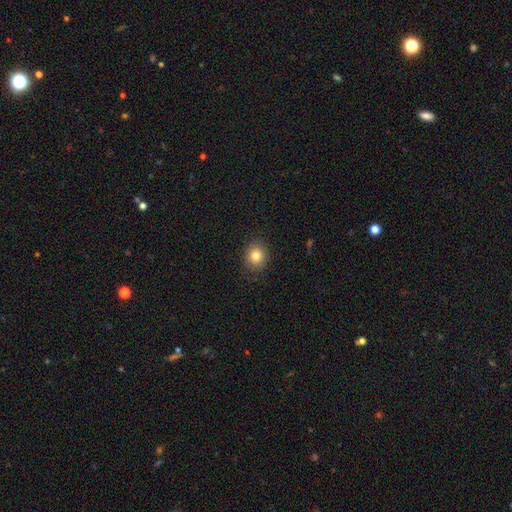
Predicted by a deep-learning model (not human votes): Smooth or featured? Predicted: smooth (p=0.82). How rounded? Predicted: round (p=0.76). Merging? Predicted: none (p=0.88).